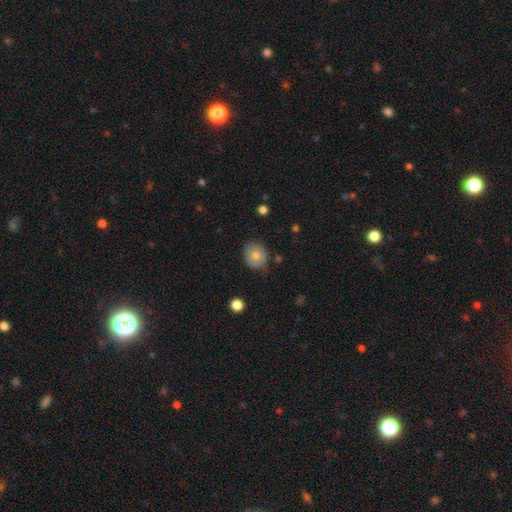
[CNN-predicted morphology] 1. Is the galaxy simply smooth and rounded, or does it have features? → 74% smooth, 18% featured or disk, 9% star or artifact.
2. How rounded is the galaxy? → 76% round, 24% in between, 1% cigar-shaped.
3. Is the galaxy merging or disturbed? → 78% none, 17% minor disturbance, 3% major disturbance, 2% merger.